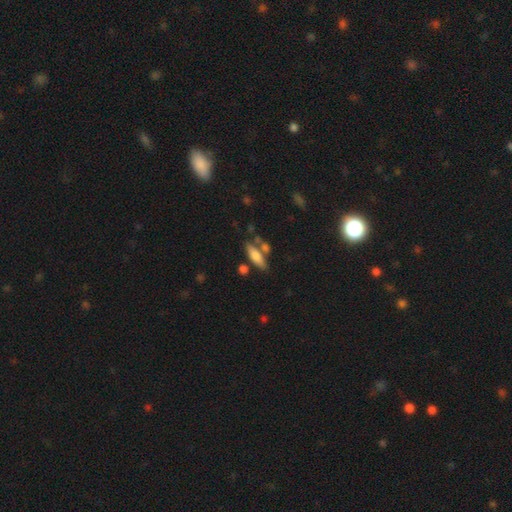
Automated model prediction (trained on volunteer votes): This appears to be a smooth galaxy with no disk features (72%) that is in between round and cigar-shaped (51%). Merging: none (62%).